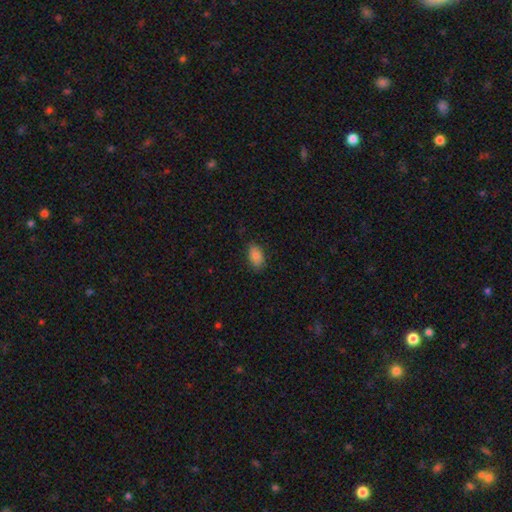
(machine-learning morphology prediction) Smooth or featured? Predicted: smooth (p=0.84). How rounded? Predicted: in between (p=0.91). Merging? Predicted: none (p=0.82).